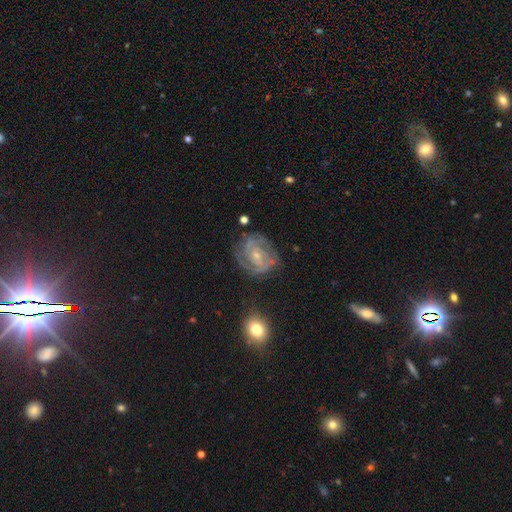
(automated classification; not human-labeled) This is clearly a featured or disk galaxy (81%). It is clearly not viewed edge-on (97%). Bar: possibly no (55%). Spiral arm pattern: clearly yes (92%). Spiral arm count: marginally 2 (38%). Spiral winding: possibly tight (58%). Central bulge: likely small (70%). Merging: likely none (70%).